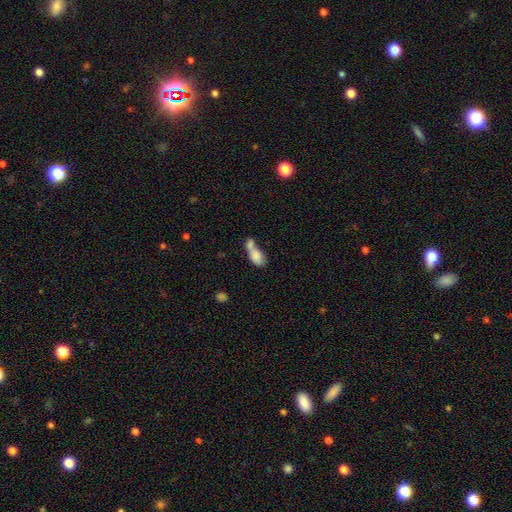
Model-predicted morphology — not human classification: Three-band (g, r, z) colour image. It shows a smooth galaxy with no disk features (77%) that is in between round and cigar-shaped (83%). Merging: merger (66%).